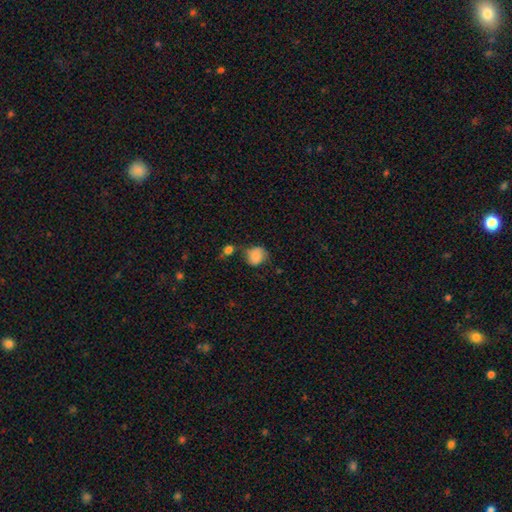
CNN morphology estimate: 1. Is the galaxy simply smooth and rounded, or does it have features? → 82% smooth, 9% featured or disk, 9% star or artifact.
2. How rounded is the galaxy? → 75% round, 25% in between, 1% cigar-shaped.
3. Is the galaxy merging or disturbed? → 58% none, 25% minor disturbance, 9% merger, 7% major disturbance.